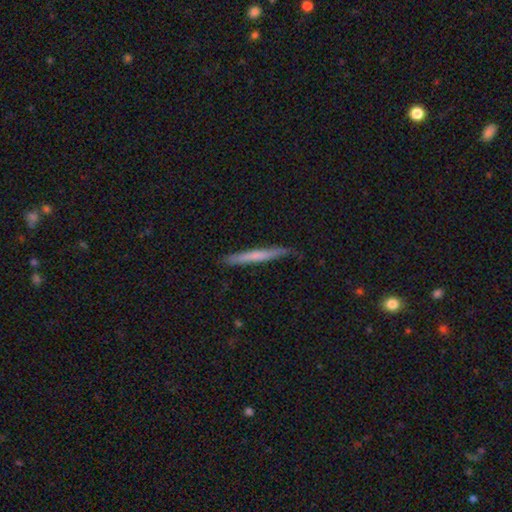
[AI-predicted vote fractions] This is possibly a smooth galaxy (59%). How rounded: clearly cigar-shaped (96%). Merging: clearly none (84%).